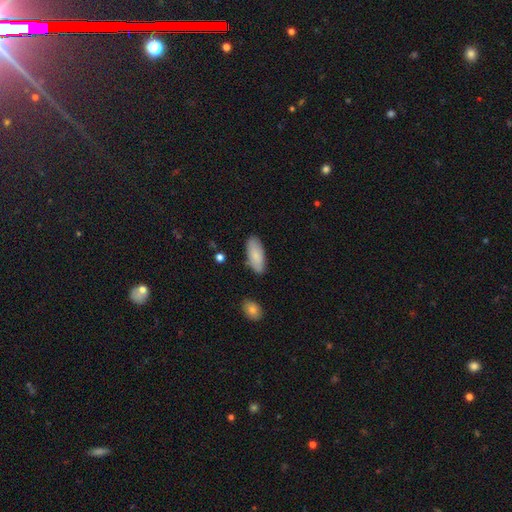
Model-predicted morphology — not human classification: Smooth or featured?
  - smooth: 82% *
  - featured or disk: 12%
  - star or artifact: 6%
How rounded?
  - in between: 84% *
  - cigar-shaped: 14%
  - round: 2%
Merging?
  - none: 81% *
  - minor disturbance: 14%
  - major disturbance: 3%
  - merger: 2%